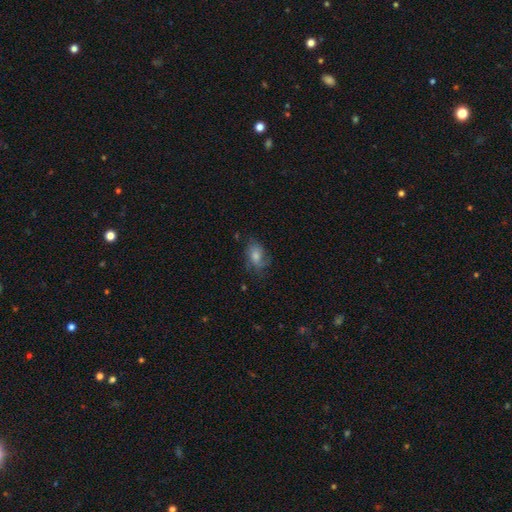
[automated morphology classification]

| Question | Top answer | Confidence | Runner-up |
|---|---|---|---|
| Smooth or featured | featured or disk | 53% | smooth (32%) |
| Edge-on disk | no | 96% | yes (4%) |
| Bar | no | 71% | weak (25%) |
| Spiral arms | yes | 87% | no (13%) |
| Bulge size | moderate | 53% | small (21%) |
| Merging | none | 65% | minor disturbance (21%) |